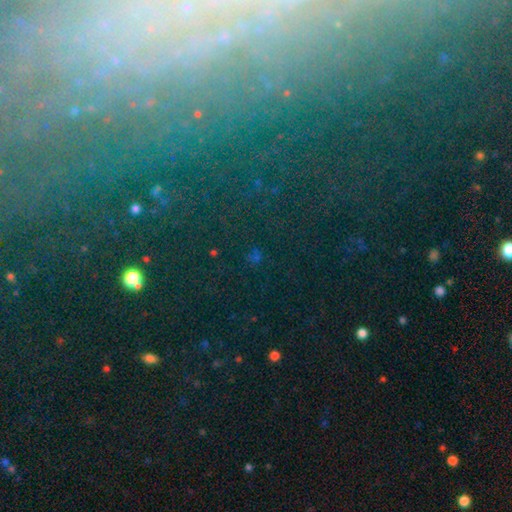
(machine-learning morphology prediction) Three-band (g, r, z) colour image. It shows a star or artifact, not a galaxy (72%).